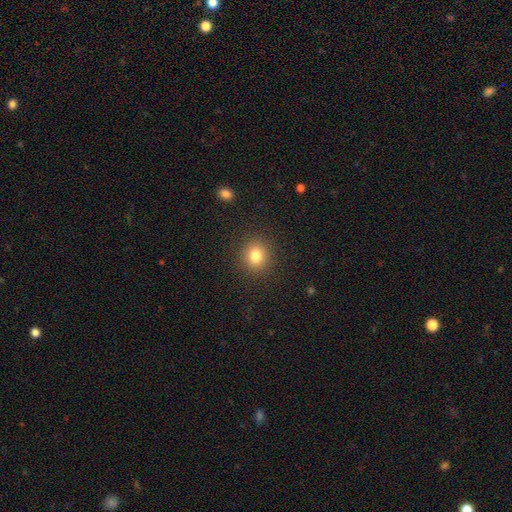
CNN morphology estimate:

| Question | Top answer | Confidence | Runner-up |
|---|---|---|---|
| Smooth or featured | smooth | 81% | star or artifact (12%) |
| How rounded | round | 79% | in between (20%) |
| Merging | none | 89% | minor disturbance (7%) |